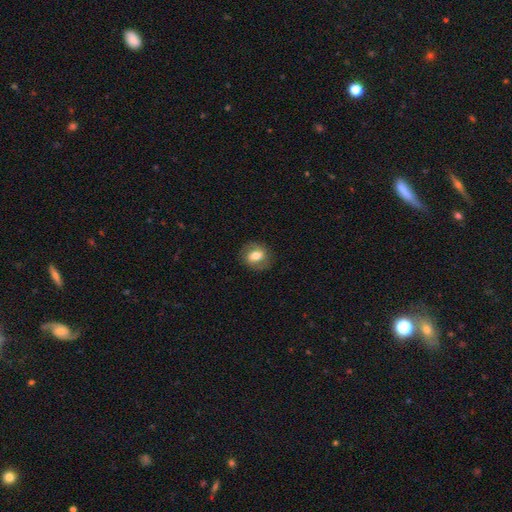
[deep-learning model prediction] Smooth or featured?
  - smooth: 59% *
  - featured or disk: 33%
  - star or artifact: 8%
How rounded?
  - round: 52% *
  - in between: 46%
  - cigar-shaped: 1%
Merging?
  - none: 81% *
  - minor disturbance: 13%
  - major disturbance: 5%
  - merger: 1%